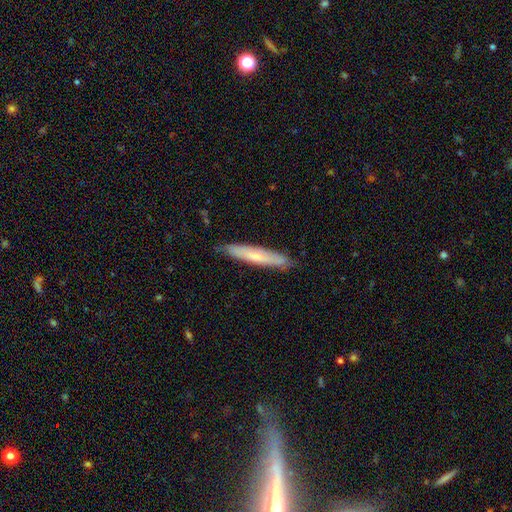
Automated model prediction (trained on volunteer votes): Overall: smooth (59%; featured or disk 35%). How rounded: cigar-shaped (92%). Merging: none (84%).